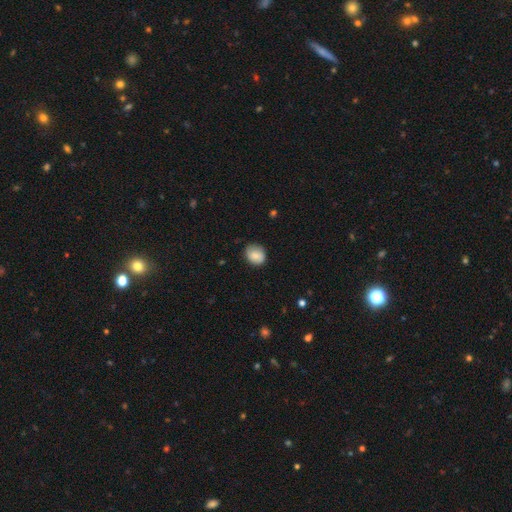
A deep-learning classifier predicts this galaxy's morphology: This appears to be a smooth galaxy with no disk features (82%) that is round (59%). Merging: none (73%).